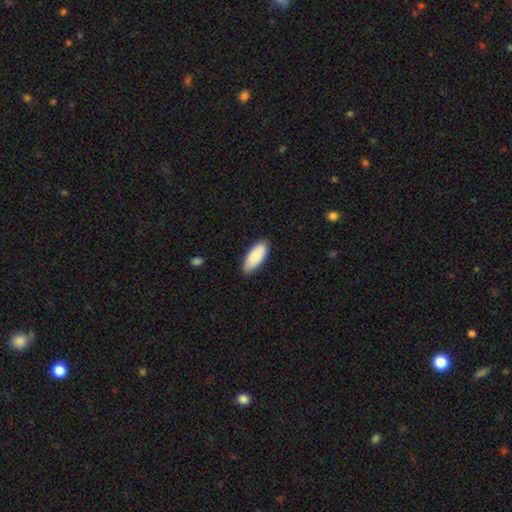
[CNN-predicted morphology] Overall: smooth (88%). How rounded: in between (86%). Merging: none (85%).